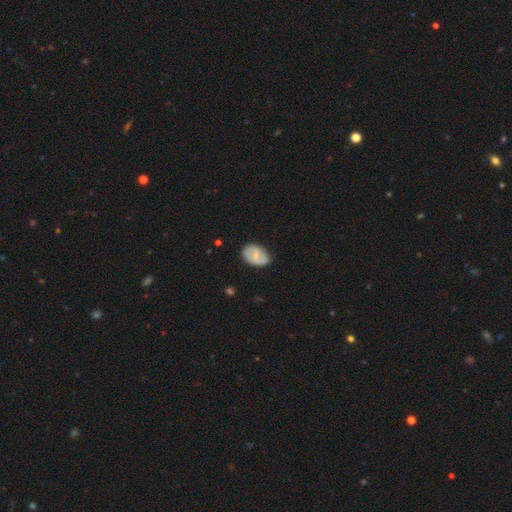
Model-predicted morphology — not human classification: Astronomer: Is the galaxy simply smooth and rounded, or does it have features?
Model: smooth — 49% (runner-up: featured or disk, 45%).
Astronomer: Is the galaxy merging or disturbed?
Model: none — 72%.